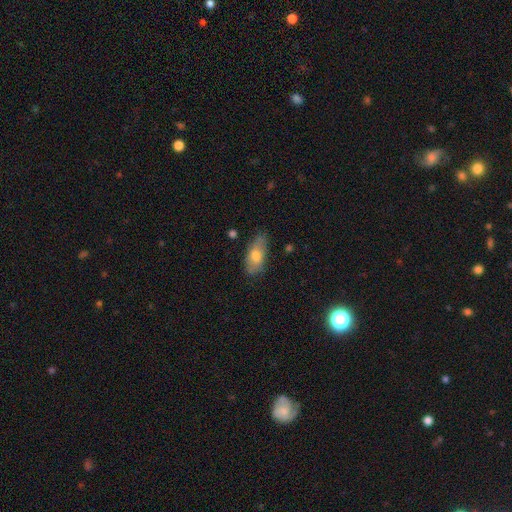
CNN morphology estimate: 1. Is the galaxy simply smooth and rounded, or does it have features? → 71% smooth, 22% featured or disk, 6% star or artifact.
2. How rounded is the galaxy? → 85% in between, 11% cigar-shaped, 3% round.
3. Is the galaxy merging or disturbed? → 70% none, 23% minor disturbance, 5% major disturbance, 2% merger.